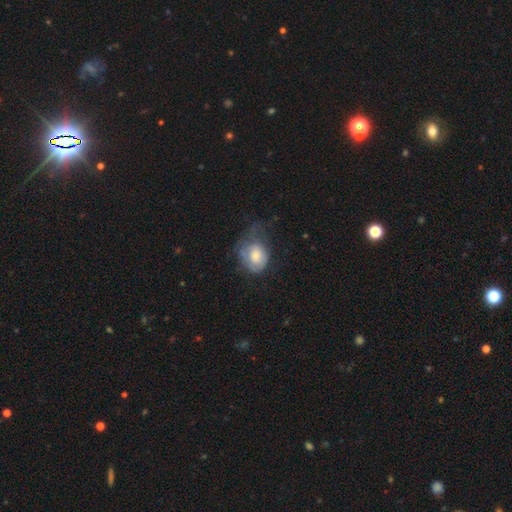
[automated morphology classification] smooth-or-featured: smooth: 64% | featured or disk: 28% | star or artifact: 8%
  how-rounded: round: 52% | in between: 47% | cigar-shaped: 1%
  merging: major disturbance: 38% | minor disturbance: 32% | none: 28% | merger: 2%